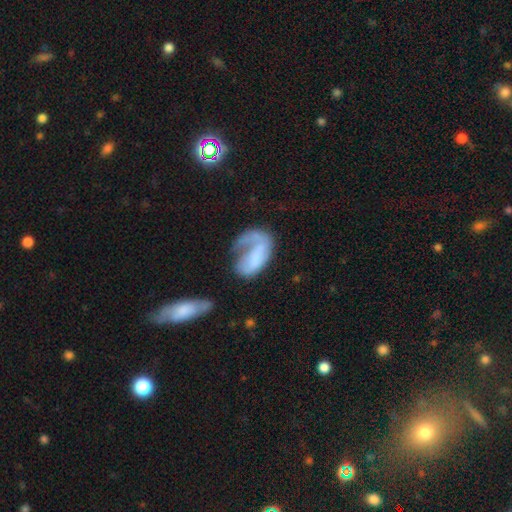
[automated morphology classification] Smooth or featured?
  - featured or disk: 51% *
  - smooth: 41%
  - star or artifact: 8%
Edge-on disk?
  - no: 97% *
  - yes: 3%
Merging?
  - major disturbance: 47% *
  - none: 26%
  - minor disturbance: 18%
  - merger: 9%